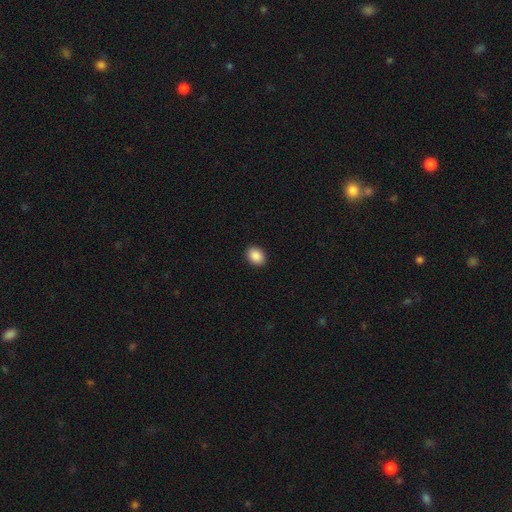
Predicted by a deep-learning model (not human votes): Smooth or featured: smooth — 89% (star or artifact — 8%)
How rounded: in between — 65% (round — 34%)
Merging: none — 91% (minor disturbance — 6%)